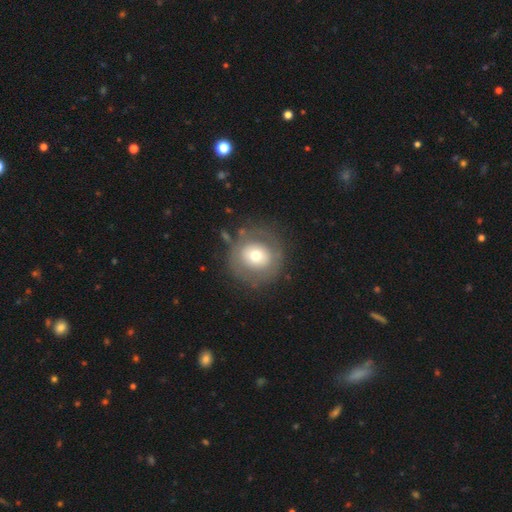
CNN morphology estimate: Overall: smooth (58%; featured or disk 34%). How rounded: round (91%). Merging: none (77%).